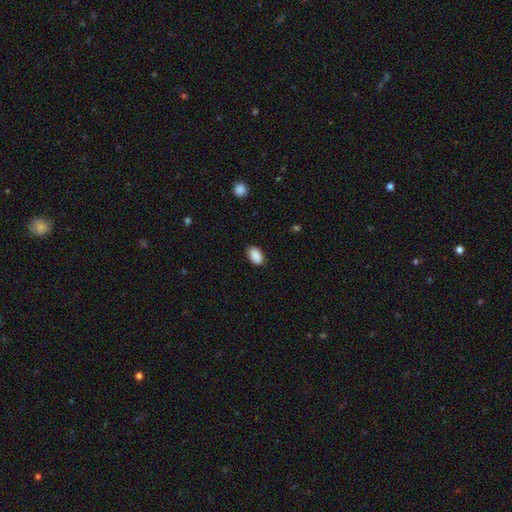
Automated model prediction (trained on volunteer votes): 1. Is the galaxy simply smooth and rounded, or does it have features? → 90% smooth, 7% star or artifact, 2% featured or disk.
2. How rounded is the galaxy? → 92% in between, 7% round, 1% cigar-shaped.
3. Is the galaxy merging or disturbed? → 88% none, 9% minor disturbance, 2% major disturbance, 1% merger.